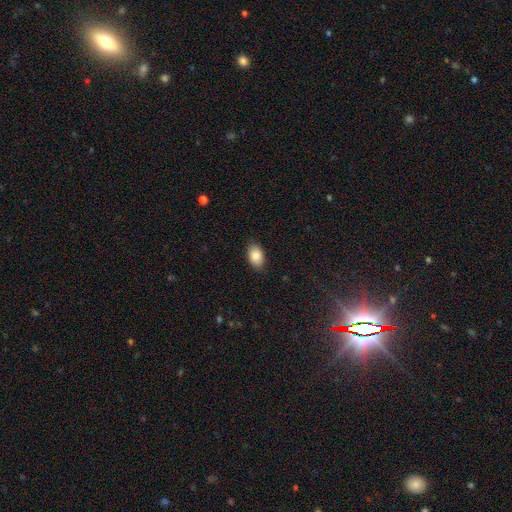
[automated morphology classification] This appears to be a smooth galaxy with no disk features (86%) that is in between round and cigar-shaped (90%). Merging: none (86%).